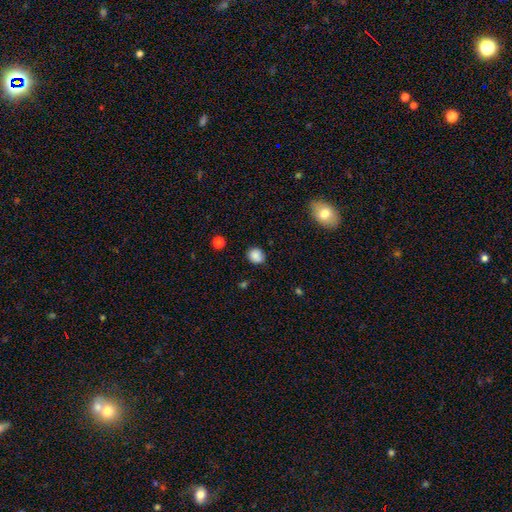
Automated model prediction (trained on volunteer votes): Smooth or featured?
  - smooth: 86% *
  - star or artifact: 10%
  - featured or disk: 4%
How rounded?
  - round: 69% *
  - in between: 30%
  - cigar-shaped: 1%
Merging?
  - none: 82% *
  - minor disturbance: 14%
  - major disturbance: 3%
  - merger: 1%